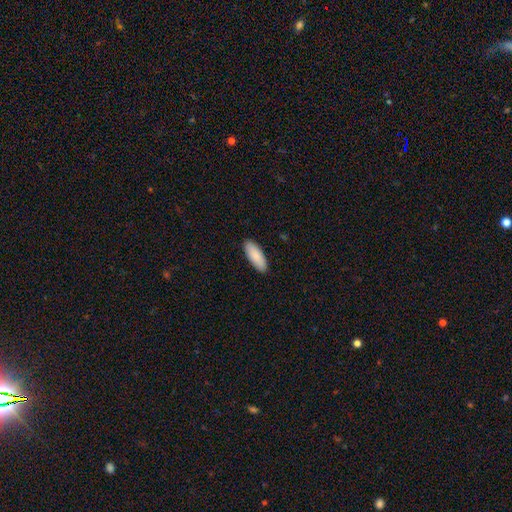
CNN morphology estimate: This is clearly a smooth galaxy (88%). How rounded: likely in between (76%). Merging: clearly none (90%).